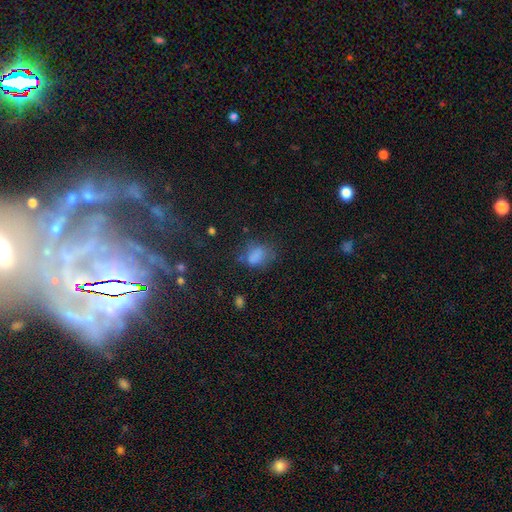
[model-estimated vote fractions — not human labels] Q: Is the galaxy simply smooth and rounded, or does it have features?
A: smooth — 74%.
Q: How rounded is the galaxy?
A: in between — 67%.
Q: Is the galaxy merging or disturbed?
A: none — 49%.